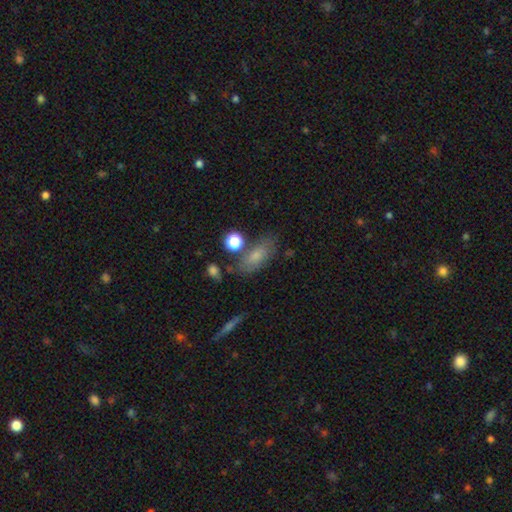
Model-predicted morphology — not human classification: This is likely a smooth galaxy (73%). How rounded: clearly in between (81%). Merging: likely none (66%).